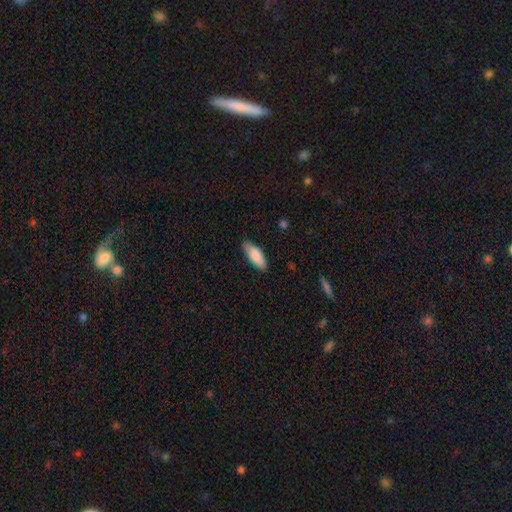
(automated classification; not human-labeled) smooth-or-featured: smooth: 86% | featured or disk: 8% | star or artifact: 6%
  how-rounded: in between: 72% | cigar-shaped: 26% | round: 2%
  merging: none: 81% | minor disturbance: 15% | major disturbance: 2% | merger: 1%